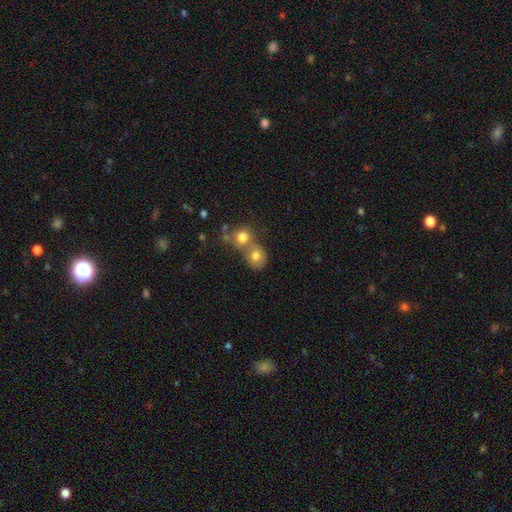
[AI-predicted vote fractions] This is likely a smooth galaxy (77%). How rounded: likely round (73%). Merging: possibly merger (52%).